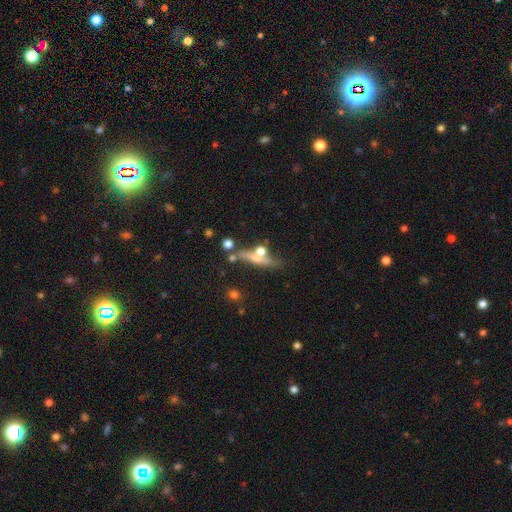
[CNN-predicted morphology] smooth_or_featured: featured or disk (p=0.55) [alt: smooth p=0.30]
disk_edge_on: yes (p=0.80) [alt: no p=0.20]
merging: none (p=0.55) [alt: merger p=0.18]